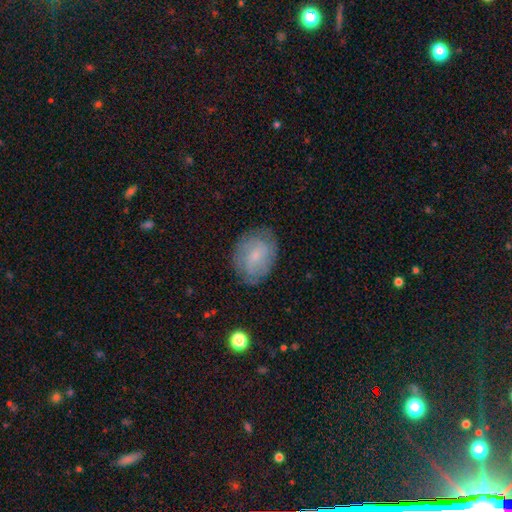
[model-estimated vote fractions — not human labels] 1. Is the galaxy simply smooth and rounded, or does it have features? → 47% smooth, 45% featured or disk, 8% star or artifact.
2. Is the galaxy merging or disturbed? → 76% none, 17% minor disturbance, 5% major disturbance, 1% merger.